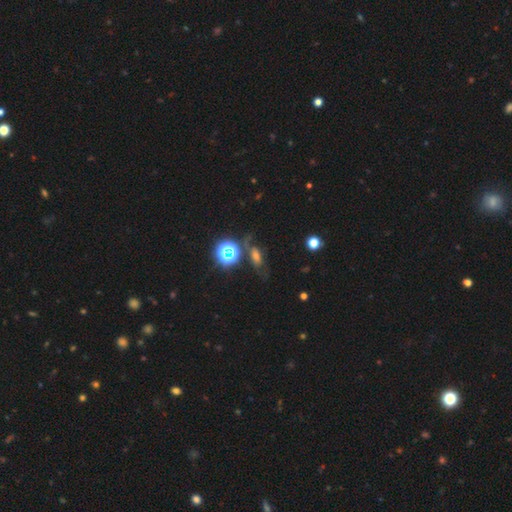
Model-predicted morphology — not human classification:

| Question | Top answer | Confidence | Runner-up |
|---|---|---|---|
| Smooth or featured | star or artifact | 38% | smooth (37%) |